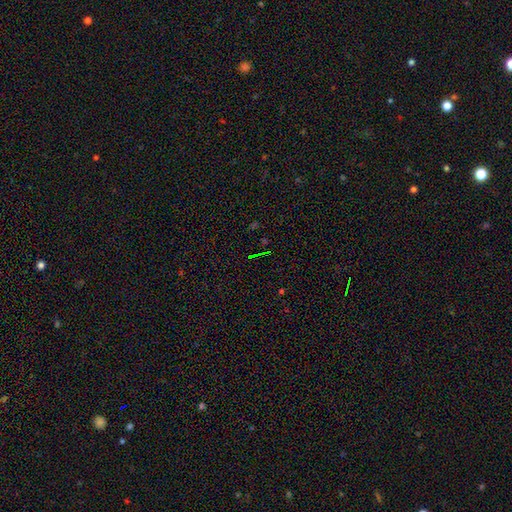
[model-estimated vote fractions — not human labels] Overall: star or artifact (71%).